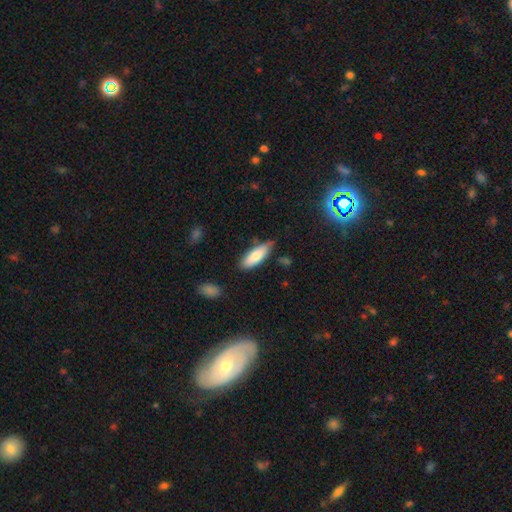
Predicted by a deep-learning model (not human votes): Q: Smooth or featured?
A: smooth (77%); runner-up: featured or disk (17%)
Q: How rounded?
A: in between (65%); runner-up: cigar-shaped (33%)
Q: Merging?
A: none (69%); runner-up: minor disturbance (24%)